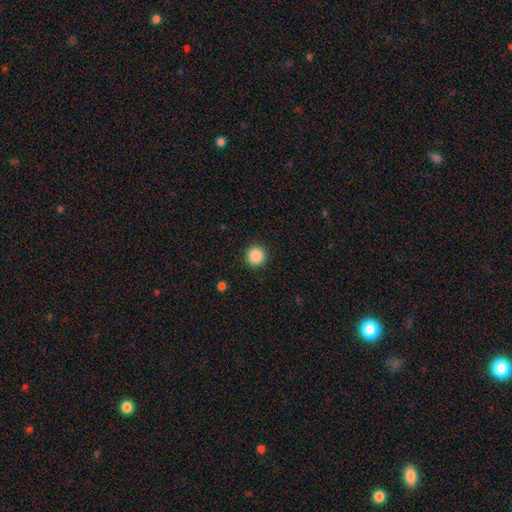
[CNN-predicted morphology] A smooth galaxy with no disk features (88%) that is round (95%).

Vote fractions:
- Smooth or featured? smooth: 88% / star or artifact: 9% / featured or disk: 3%
- How rounded? round: 95% / in between: 4% / cigar-shaped: 1%
- Merging? none: 92% / minor disturbance: 5% / major disturbance: 2% / merger: 1%